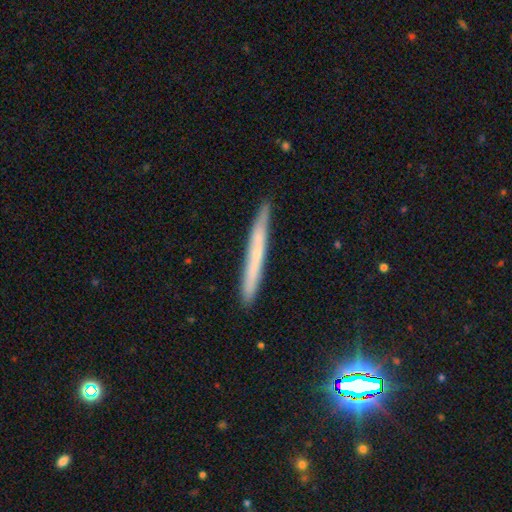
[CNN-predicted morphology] A featured or disk galaxy (48%).

Vote fractions:
- Smooth or featured? featured or disk: 48% / smooth: 42% / star or artifact: 10%
- Merging? none: 88% / minor disturbance: 10% / major disturbance: 1% / merger: 1%